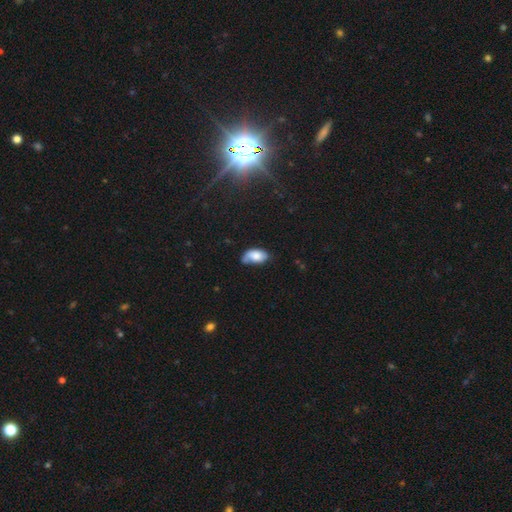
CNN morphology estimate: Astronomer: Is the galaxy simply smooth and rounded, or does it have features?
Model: smooth — 69%.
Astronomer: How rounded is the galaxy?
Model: in between — 93%.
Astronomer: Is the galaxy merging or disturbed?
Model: none — 41% (runner-up: minor disturbance, 38%).